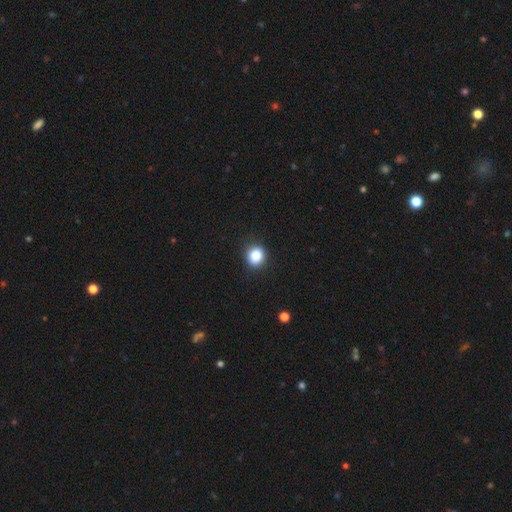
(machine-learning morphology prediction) This is clearly a smooth galaxy (85%). How rounded: clearly round (80%). Merging: clearly none (88%).